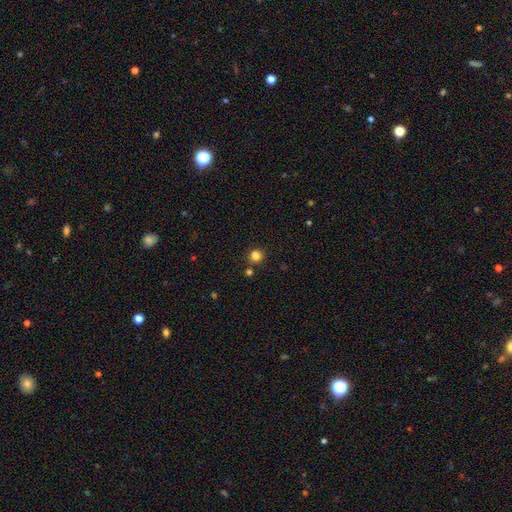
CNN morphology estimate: A smooth galaxy with no disk features (82%) that is round (92%).

Vote fractions:
- Smooth or featured? smooth: 82% / star or artifact: 14% / featured or disk: 4%
- How rounded? round: 92% / in between: 7% / cigar-shaped: 1%
- Merging? none: 84% / minor disturbance: 7% / merger: 7% / major disturbance: 2%